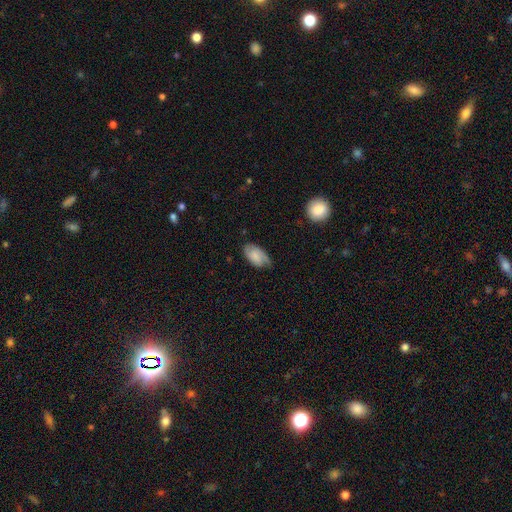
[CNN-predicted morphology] Q: Smooth or featured?
A: smooth (62%); runner-up: featured or disk (31%)
Q: How rounded?
A: in between (93%); runner-up: round (5%)
Q: Merging?
A: none (61%); runner-up: minor disturbance (29%)